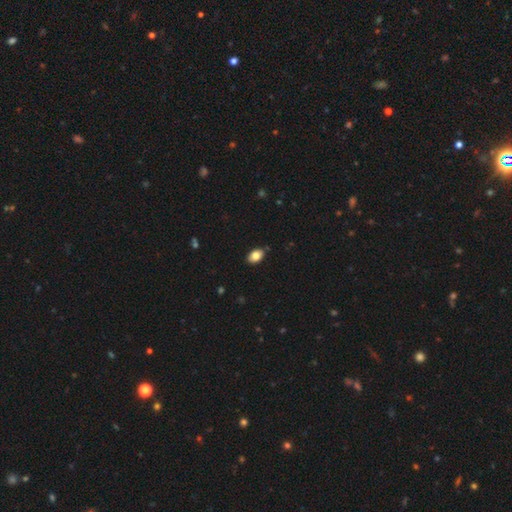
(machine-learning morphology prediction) The model was most divided on "smooth or featured": smooth: 82%, featured or disk: 10%, star or artifact: 8%. More confident: how rounded — in between (88%); merging — none (85%).